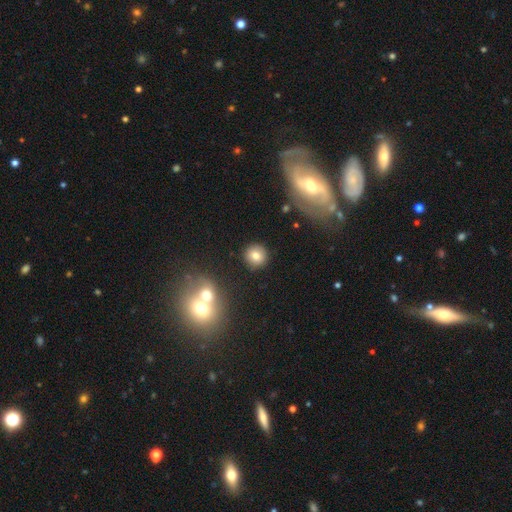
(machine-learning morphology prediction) This is likely a smooth galaxy (78%). How rounded: clearly round (92%). Merging: clearly none (89%).